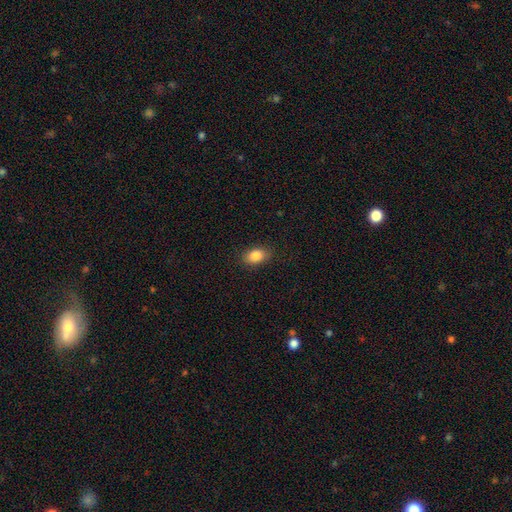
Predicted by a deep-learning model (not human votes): Morphology: type=smooth (86%); roundness=in between (85%); merging=none (87%).